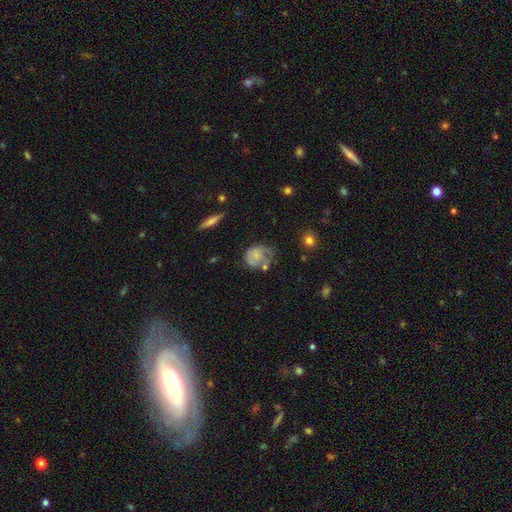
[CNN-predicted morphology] Smooth or featured?
  - smooth: 51% *
  - featured or disk: 40%
  - star or artifact: 9%
How rounded?
  - round: 62% *
  - in between: 36%
  - cigar-shaped: 1%
Merging?
  - none: 37% *
  - minor disturbance: 30%
  - major disturbance: 24%
  - merger: 9%